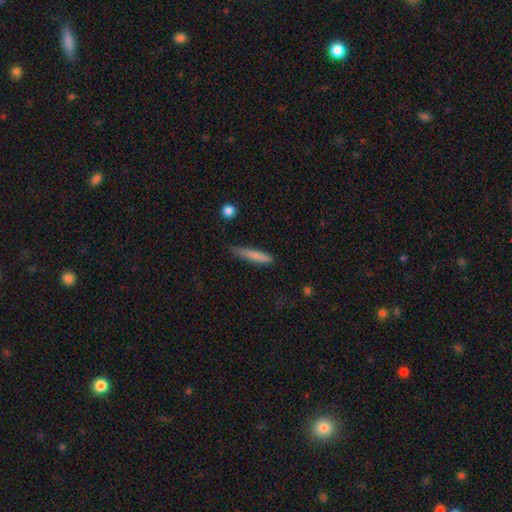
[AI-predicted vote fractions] Smooth or featured: smooth — 78% (featured or disk — 15%)
How rounded: cigar-shaped — 91% (in between — 7%)
Merging: none — 71% (minor disturbance — 23%)